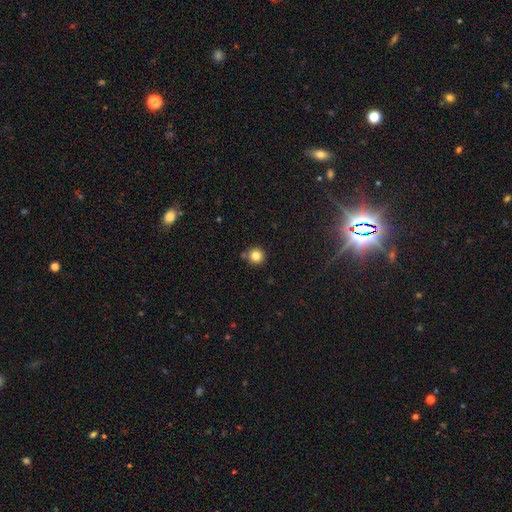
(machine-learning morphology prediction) This appears to be a smooth galaxy with no disk features (83%) that is round (95%). Merging: none (82%).